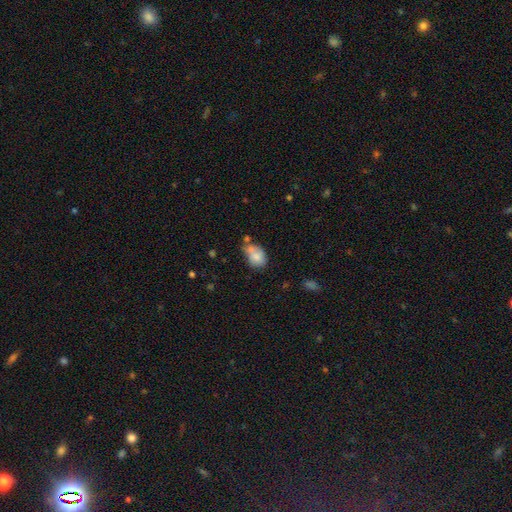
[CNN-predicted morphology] smooth_or_featured: smooth (p=0.76) [alt: featured or disk p=0.15]
how_rounded: in between (p=0.70) [alt: round p=0.29]
merging: none (p=0.36) [alt: merger p=0.29]